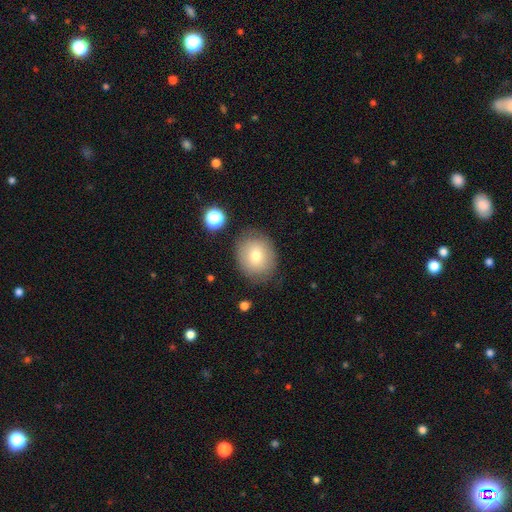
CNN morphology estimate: The model was most divided on "how rounded": round: 72%, in between: 27%, cigar-shaped: 1%. More confident: merging — none (79%); smooth or featured — smooth (73%).